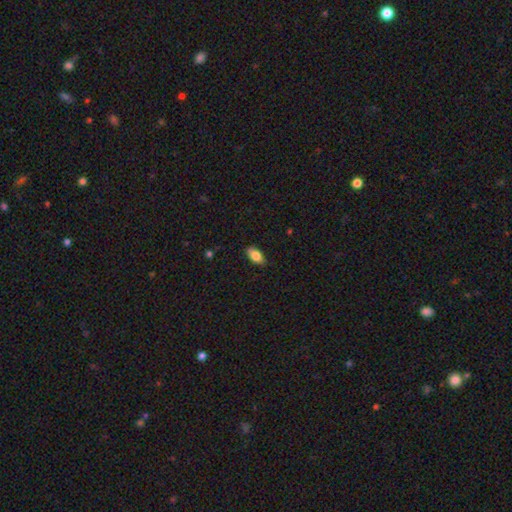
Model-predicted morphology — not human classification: Q: Smooth or featured?
A: smooth (80%); runner-up: featured or disk (12%)
Q: How rounded?
A: in between (91%); runner-up: cigar-shaped (5%)
Q: Merging?
A: none (82%); runner-up: minor disturbance (14%)